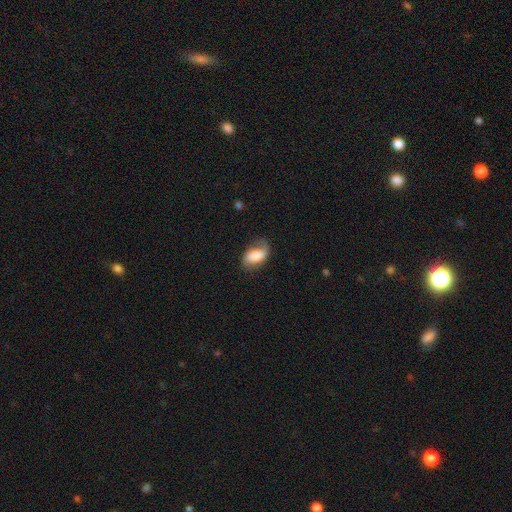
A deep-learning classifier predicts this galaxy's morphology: A smooth galaxy with no disk features (62%) that is in between round and cigar-shaped (91%). Merging: none (57%).